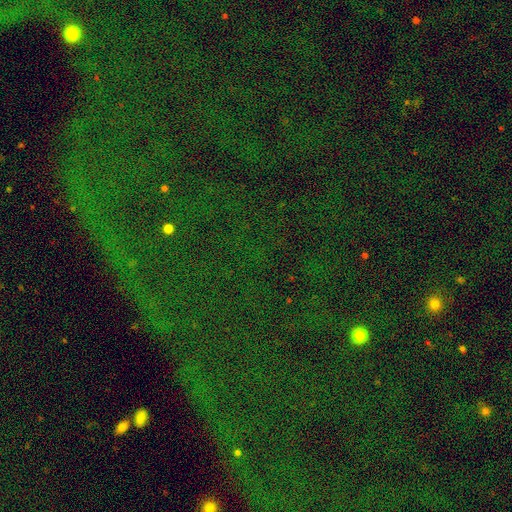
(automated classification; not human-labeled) This is clearly a star or artifact rather than a galaxy (80%).